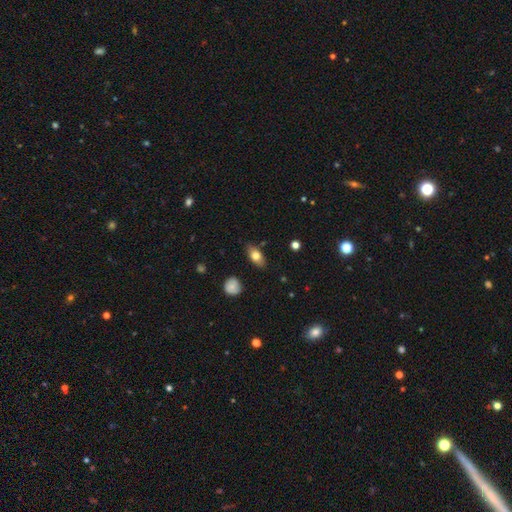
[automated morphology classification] type=smooth (72%); roundness=in between (84%); merging=none (82%).